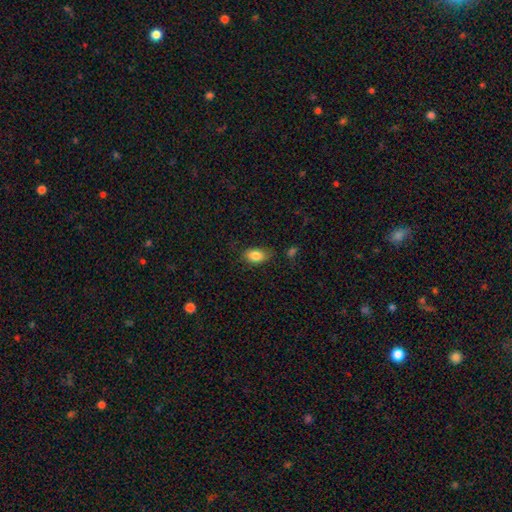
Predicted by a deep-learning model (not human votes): Morphology: type=smooth (84%); roundness=in between (88%); merging=none (74%).